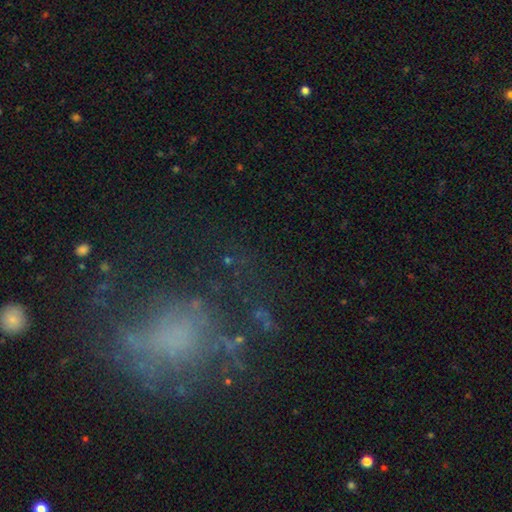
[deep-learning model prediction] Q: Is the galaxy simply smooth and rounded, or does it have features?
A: featured or disk — 47%.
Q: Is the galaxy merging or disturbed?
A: none — 46%.